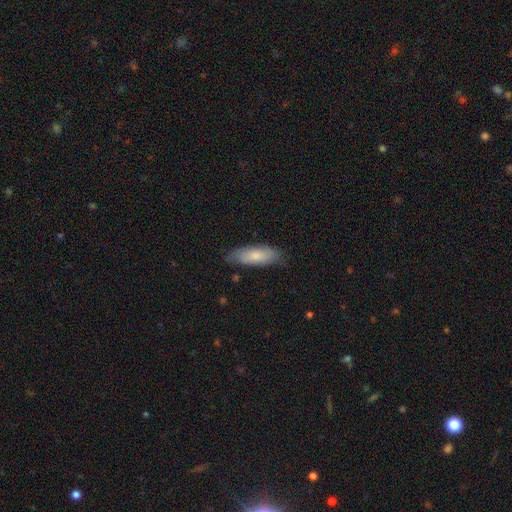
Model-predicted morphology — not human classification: smooth 73%, featured or disk 21%, star or artifact 6%. Down the decision tree: how rounded — in between (64%); merging — none (77%).